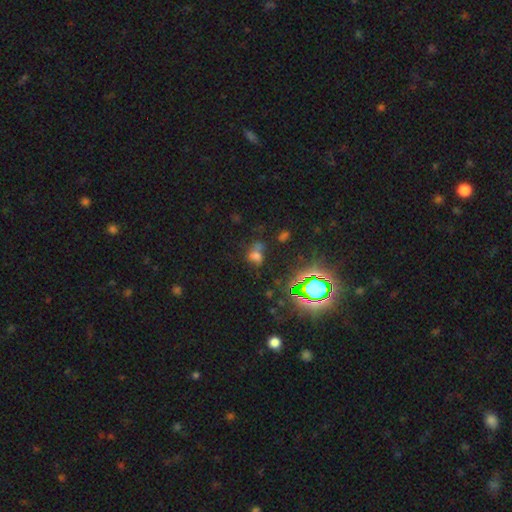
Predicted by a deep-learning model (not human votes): smooth-or-featured: smooth: 49% | star or artifact: 38% | featured or disk: 13%
  merging: none: 42% | merger: 24% | minor disturbance: 19% | major disturbance: 16%